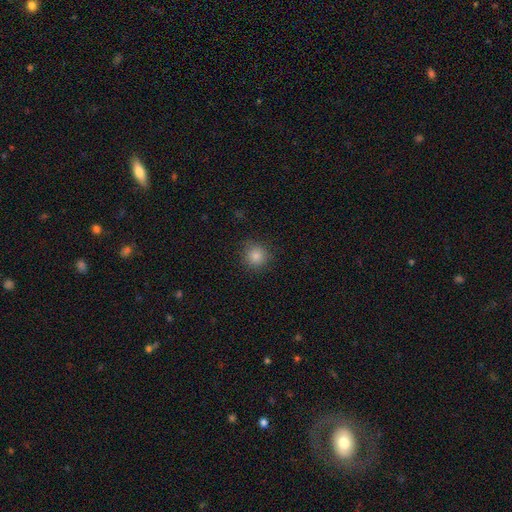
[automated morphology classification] smooth_or_featured: smooth (p=0.82) [alt: star or artifact p=0.13]
how_rounded: round (p=0.94) [alt: in between p=0.05]
merging: none (p=0.89) [alt: minor disturbance p=0.08]